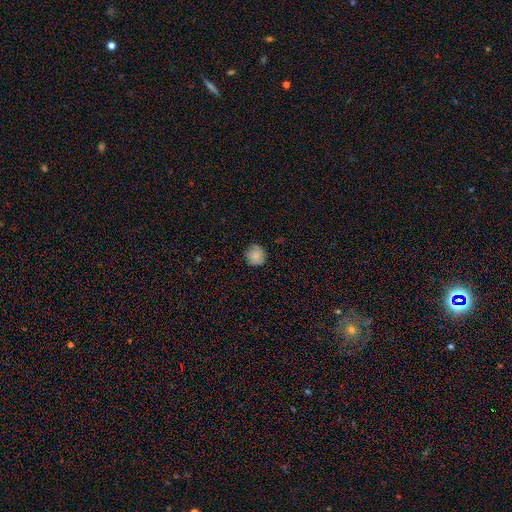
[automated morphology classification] A smooth galaxy with no disk features (76%) that is round (90%).

Vote fractions:
- Smooth or featured? smooth: 76% / featured or disk: 15% / star or artifact: 9%
- How rounded? round: 90% / in between: 9% / cigar-shaped: 1%
- Merging? none: 81% / minor disturbance: 15% / major disturbance: 3% / merger: 1%